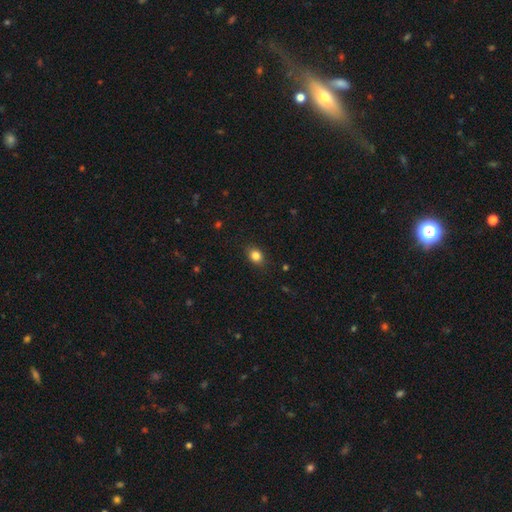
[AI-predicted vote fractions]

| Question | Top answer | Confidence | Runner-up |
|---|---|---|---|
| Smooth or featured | smooth | 84% | star or artifact (11%) |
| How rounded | in between | 52% | round (47%) |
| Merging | none | 86% | minor disturbance (11%) |